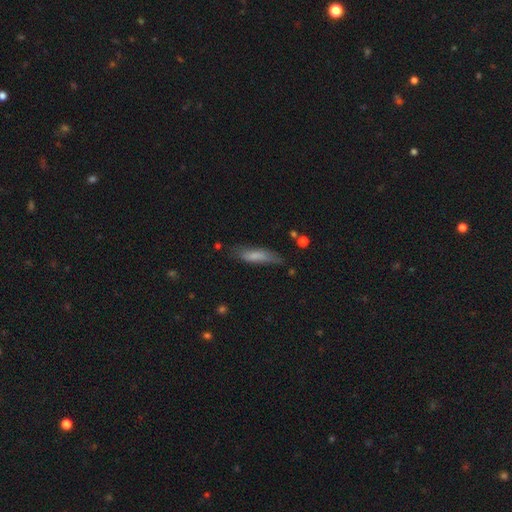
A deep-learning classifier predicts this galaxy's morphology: Overall: smooth (73%). How rounded: cigar-shaped (71%). Merging: none (66%).